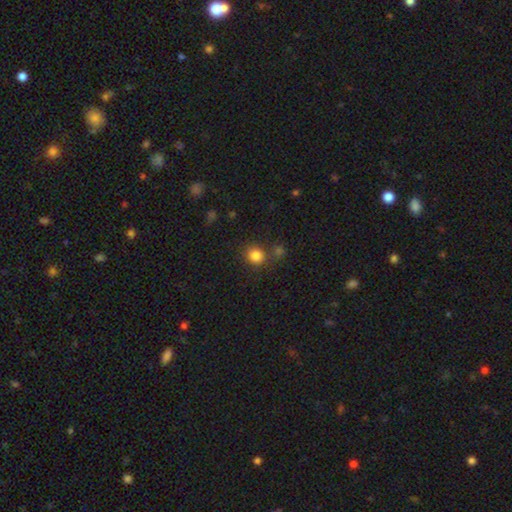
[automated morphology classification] This is clearly a smooth galaxy (84%). How rounded: clearly round (84%). Merging: likely none (76%).